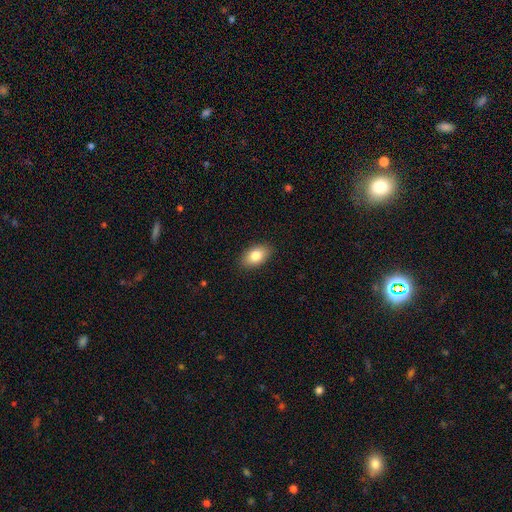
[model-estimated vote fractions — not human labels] Q: Smooth or featured?
A: smooth (83%); runner-up: featured or disk (10%)
Q: How rounded?
A: in between (92%); runner-up: round (6%)
Q: Merging?
A: none (88%); runner-up: minor disturbance (9%)